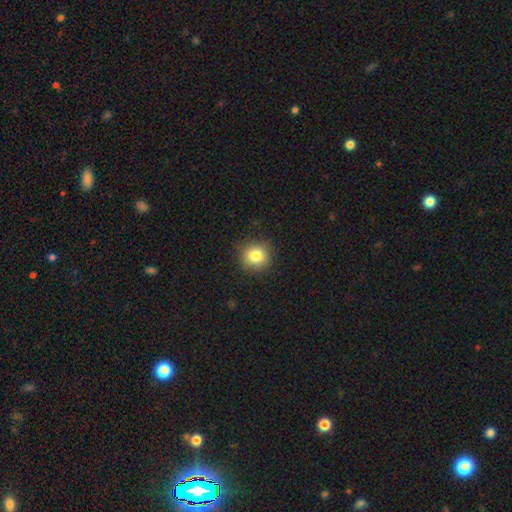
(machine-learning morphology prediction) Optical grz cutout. It shows a smooth galaxy with no disk features (82%) that is round (88%). Merging: none (88%).